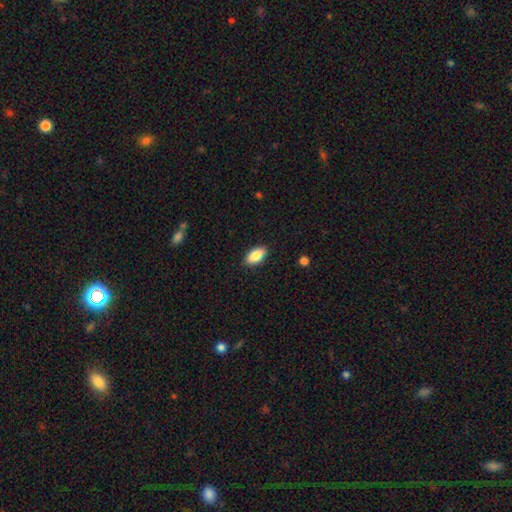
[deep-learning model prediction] Smooth or featured? Predicted: smooth (p=0.85). How rounded? Predicted: in between (p=0.89). Merging? Predicted: none (p=0.88).